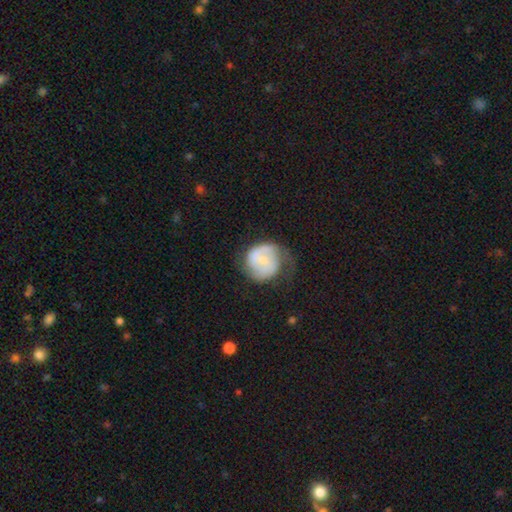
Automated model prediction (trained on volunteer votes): Smooth or featured?
  - featured or disk: 53% *
  - smooth: 40%
  - star or artifact: 7%
Edge-on disk?
  - no: 98% *
  - yes: 2%
Bar?
  - no: 63% *
  - weak: 31%
  - strong: 6%
Spiral arms?
  - yes: 76% *
  - no: 24%
Bulge size?
  - small: 57% *
  - moderate: 29%
  - none: 10%
  - large: 3%
  - dominant: 1%
Merging?
  - none: 44% *
  - minor disturbance: 28%
  - major disturbance: 25%
  - merger: 2%